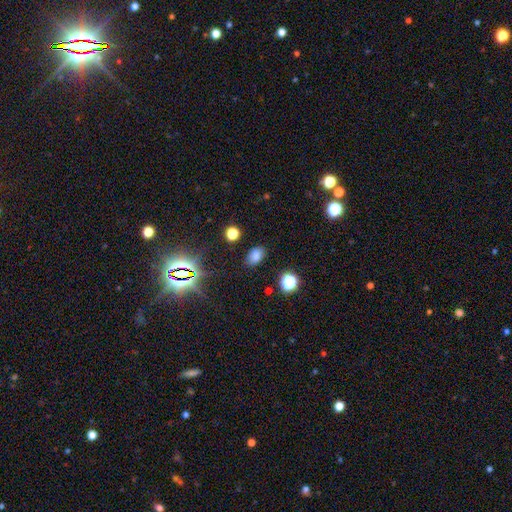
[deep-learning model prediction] Smooth or featured: smooth — 74% (star or artifact — 20%)
How rounded: in between — 84% (round — 14%)
Merging: none — 83% (minor disturbance — 11%)